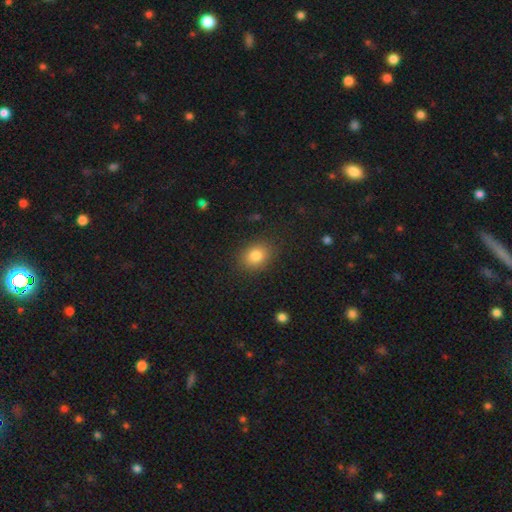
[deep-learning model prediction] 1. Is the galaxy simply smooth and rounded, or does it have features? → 83% smooth, 10% star or artifact, 7% featured or disk.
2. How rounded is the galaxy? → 55% in between, 44% round, 1% cigar-shaped.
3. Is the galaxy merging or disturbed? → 85% none, 10% minor disturbance, 3% major disturbance, 1% merger.